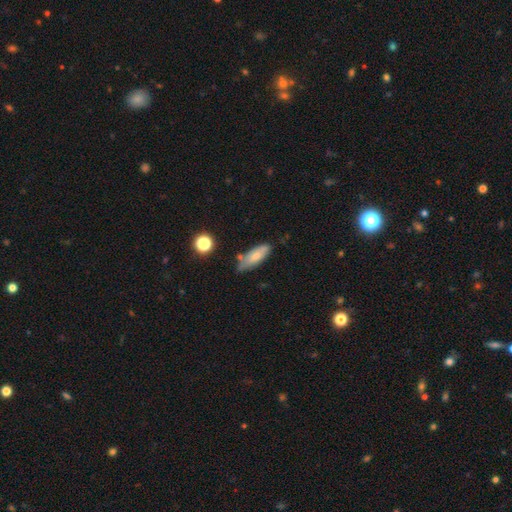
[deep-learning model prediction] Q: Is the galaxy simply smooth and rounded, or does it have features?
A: smooth — 71%.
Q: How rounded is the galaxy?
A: in between — 70%.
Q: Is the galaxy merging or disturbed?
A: none — 61%.